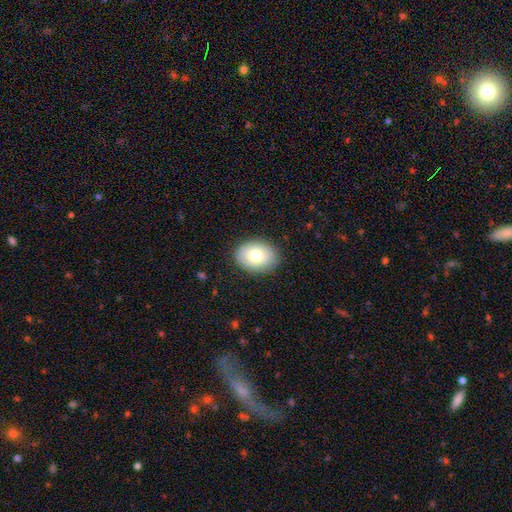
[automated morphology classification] Smooth or featured? Predicted: smooth (p=0.78). How rounded? Predicted: in between (p=0.72). Merging? Predicted: none (p=0.87).